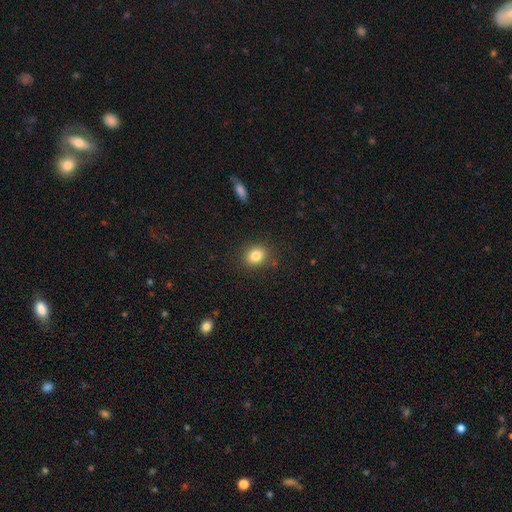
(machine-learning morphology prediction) smooth 83%, star or artifact 10%, featured or disk 7%. Down the decision tree: how rounded — round (53%); merging — none (86%).